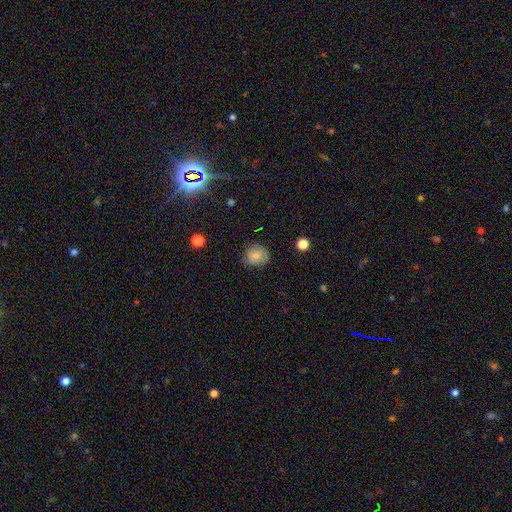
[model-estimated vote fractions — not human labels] Smooth or featured?
  - smooth: 77% *
  - featured or disk: 13%
  - star or artifact: 10%
How rounded?
  - round: 73% *
  - in between: 26%
  - cigar-shaped: 1%
Merging?
  - none: 73% *
  - minor disturbance: 21%
  - major disturbance: 5%
  - merger: 1%